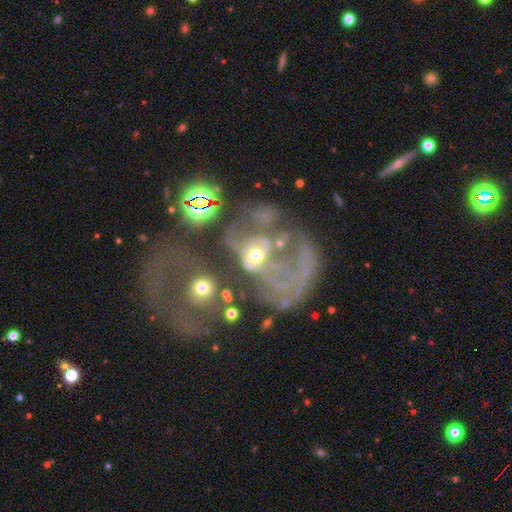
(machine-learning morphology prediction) Q: Smooth or featured?
A: featured or disk (68%); runner-up: star or artifact (16%)
Q: Edge-on disk?
A: no (97%); runner-up: yes (3%)
Q: Bar?
A: no (73%); runner-up: weak (19%)
Q: Spiral arms?
A: yes (53%); runner-up: no (47%)
Q: Bulge size?
A: small (51%); runner-up: moderate (29%)
Q: Merging?
A: merger (40%); runner-up: major disturbance (27%)